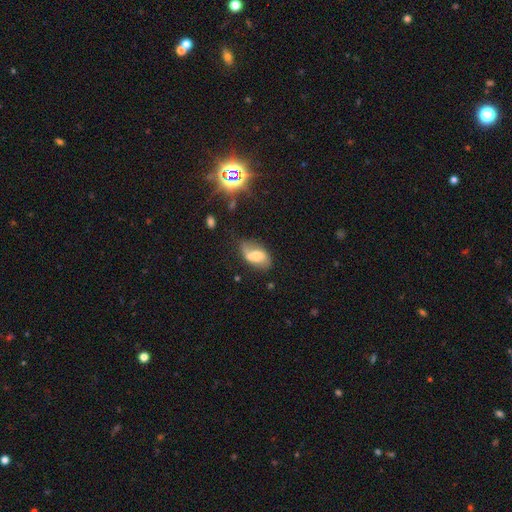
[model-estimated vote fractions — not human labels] The model was most divided on "smooth or featured": featured or disk: 50%, smooth: 40%, star or artifact: 10%. More confident: merging — none (54%).